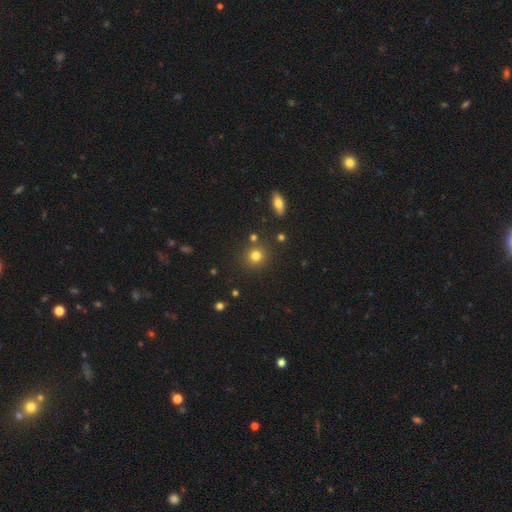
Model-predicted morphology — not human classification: This is likely a smooth galaxy (78%). How rounded: clearly round (90%). Merging: clearly none (84%).